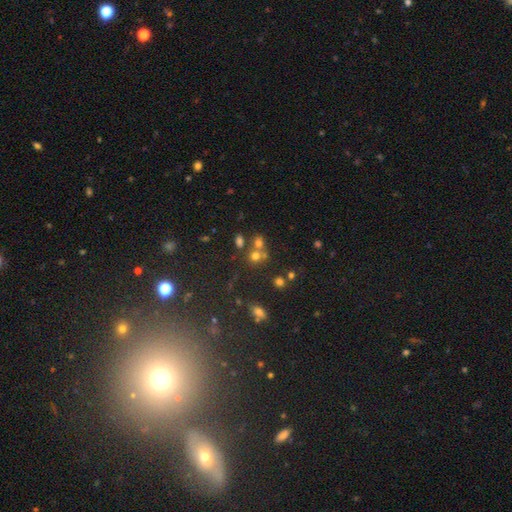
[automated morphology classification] Smooth or featured? Predicted: smooth (p=0.60). How rounded? Predicted: round (p=0.78). Merging? Predicted: none (p=0.52).